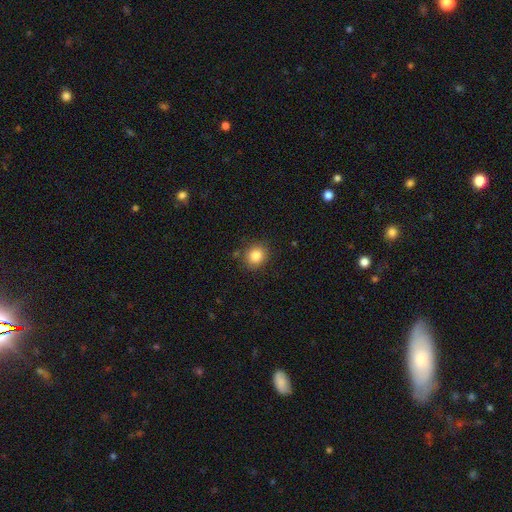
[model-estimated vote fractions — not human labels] smooth 84%, star or artifact 11%, featured or disk 6%. Down the decision tree: how rounded — round (80%); merging — none (86%).